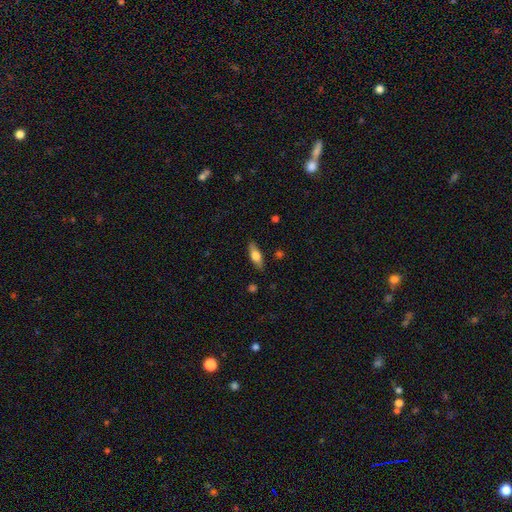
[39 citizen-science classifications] Q: Smooth or featured?
A: smooth (67%); runner-up: featured or disk (26%)
Q: How rounded?
A: in between (73%); runner-up: cigar-shaped (27%)
Q: Merging?
A: none (89%); runner-up: minor disturbance (11%)